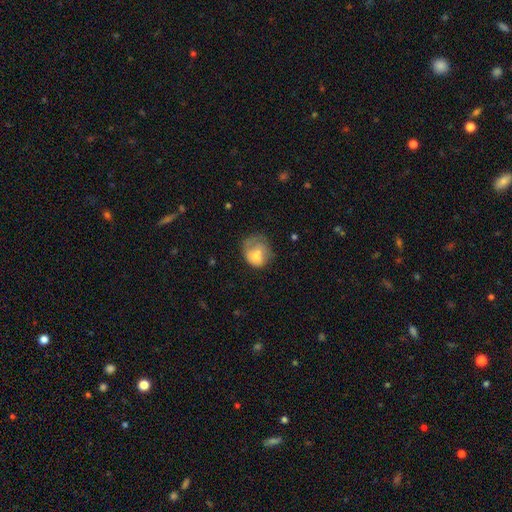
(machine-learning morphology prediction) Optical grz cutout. It shows a smooth galaxy with no disk features (62%) that is round (58%). Merging: major disturbance (32%).